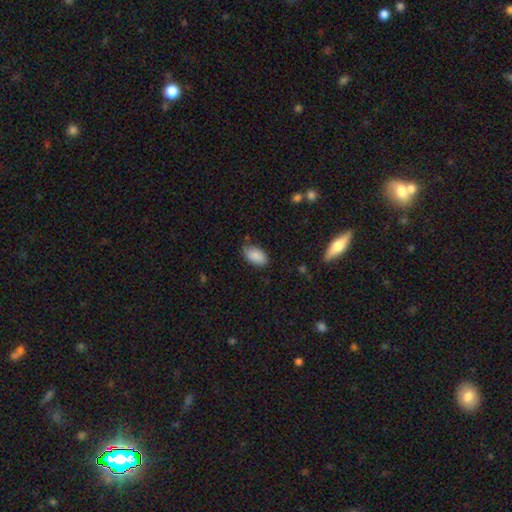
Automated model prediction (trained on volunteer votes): Smooth or featured? Predicted: smooth (p=0.87). How rounded? Predicted: in between (p=0.94). Merging? Predicted: none (p=0.71).